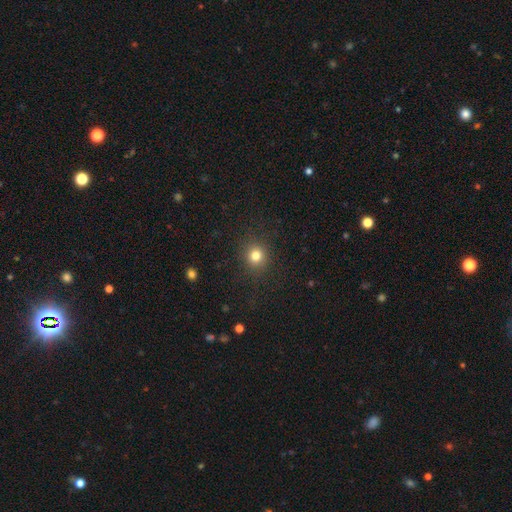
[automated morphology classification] smooth 81%, star or artifact 14%, featured or disk 6%. Down the decision tree: how rounded — round (88%); merging — none (89%).